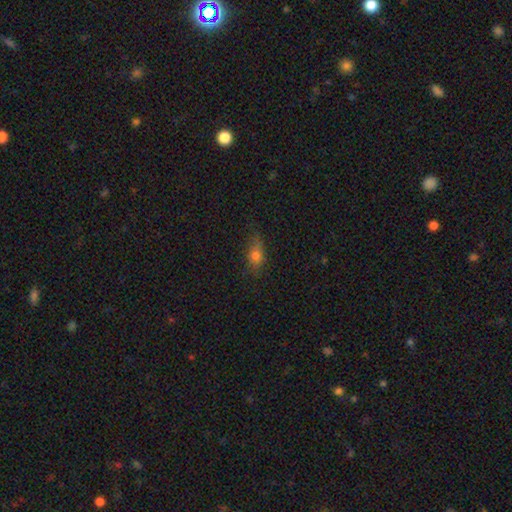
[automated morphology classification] This appears to be a smooth galaxy with no disk features (72%) that is in between round and cigar-shaped (73%). Merging: none (60%).